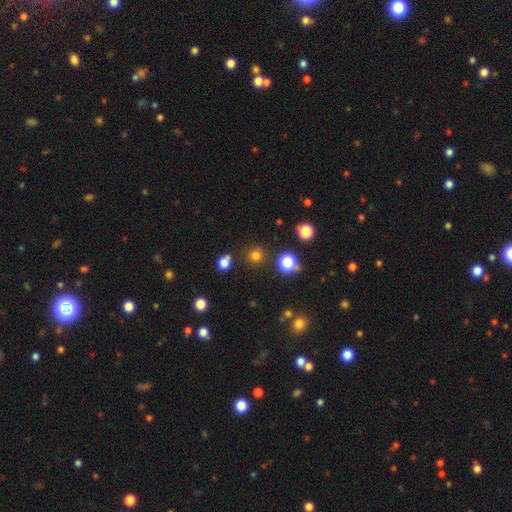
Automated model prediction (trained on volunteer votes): Overall: smooth (73%). How rounded: round (89%). Merging: none (81%).